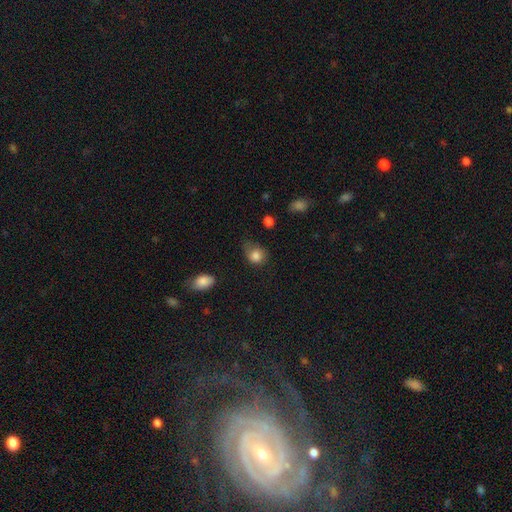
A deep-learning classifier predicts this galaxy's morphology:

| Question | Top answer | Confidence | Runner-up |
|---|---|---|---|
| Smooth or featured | smooth | 83% | star or artifact (9%) |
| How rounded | round | 63% | in between (36%) |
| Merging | none | 43% | minor disturbance (38%) |